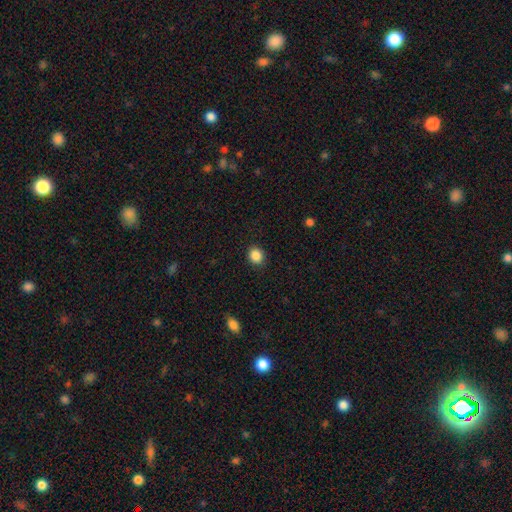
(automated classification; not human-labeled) This is clearly a smooth galaxy (87%). How rounded: likely round (77%). Merging: clearly none (90%).